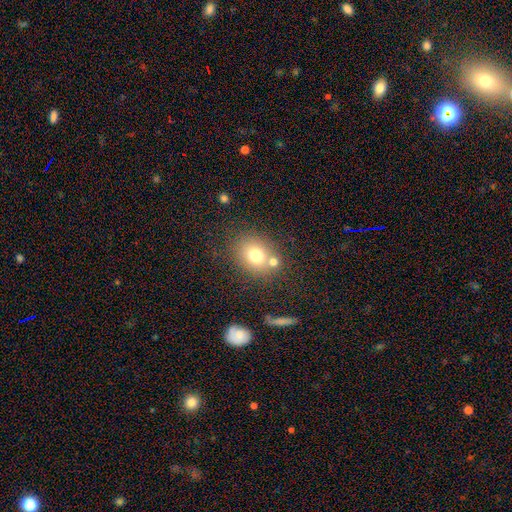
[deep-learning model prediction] Q: Smooth or featured?
A: smooth (73%); runner-up: featured or disk (14%)
Q: How rounded?
A: round (61%); runner-up: in between (38%)
Q: Merging?
A: none (63%); runner-up: merger (21%)